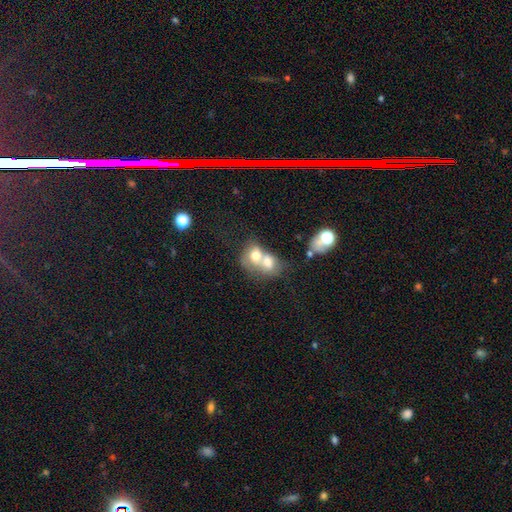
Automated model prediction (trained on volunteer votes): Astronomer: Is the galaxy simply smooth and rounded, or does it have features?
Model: smooth — 64%.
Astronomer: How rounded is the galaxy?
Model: in between — 50% (runner-up: round, 49%).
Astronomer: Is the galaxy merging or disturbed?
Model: merger — 76%.